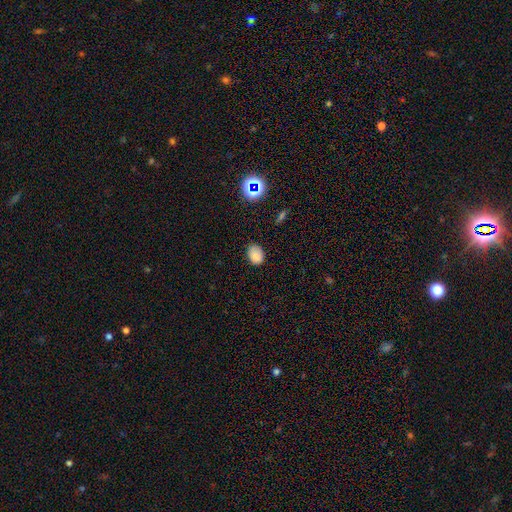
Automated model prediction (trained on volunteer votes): smooth_or_featured: smooth (p=0.80) [alt: star or artifact p=0.13]
how_rounded: in between (p=0.70) [alt: round p=0.29]
merging: none (p=0.68) [alt: minor disturbance p=0.25]